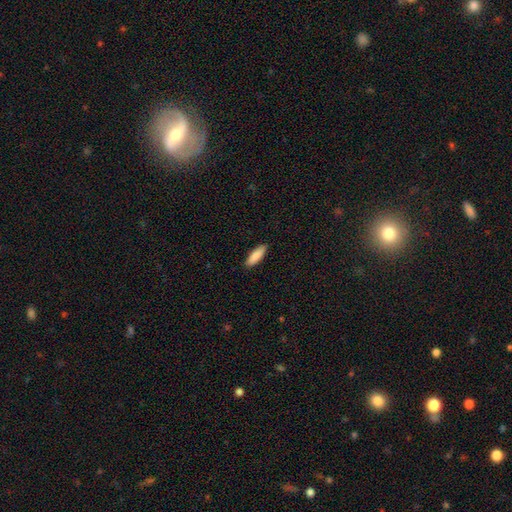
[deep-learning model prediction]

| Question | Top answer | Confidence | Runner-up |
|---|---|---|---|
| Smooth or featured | smooth | 87% | featured or disk (7%) |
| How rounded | in between | 51% | cigar-shaped (48%) |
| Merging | none | 90% | minor disturbance (7%) |